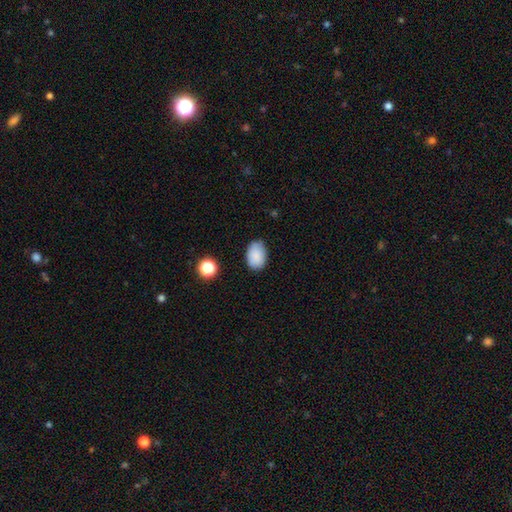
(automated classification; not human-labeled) Smooth or featured?
  - smooth: 87% *
  - star or artifact: 8%
  - featured or disk: 5%
How rounded?
  - in between: 84% *
  - round: 15%
  - cigar-shaped: 1%
Merging?
  - none: 77% *
  - minor disturbance: 18%
  - major disturbance: 3%
  - merger: 2%